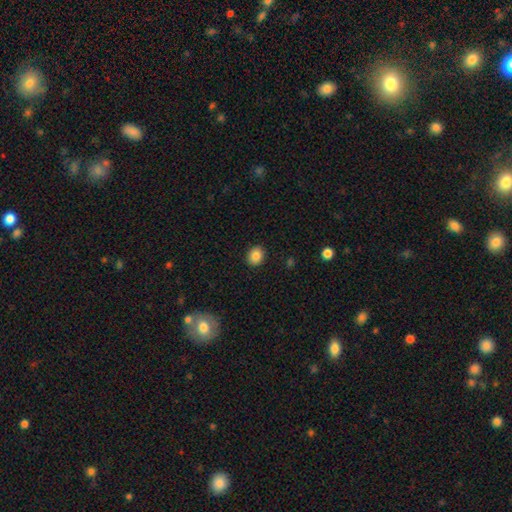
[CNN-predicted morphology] Smooth or featured?
  - smooth: 85% *
  - star or artifact: 9%
  - featured or disk: 5%
How rounded?
  - round: 62% *
  - in between: 37%
  - cigar-shaped: 1%
Merging?
  - none: 90% *
  - minor disturbance: 7%
  - major disturbance: 2%
  - merger: 1%